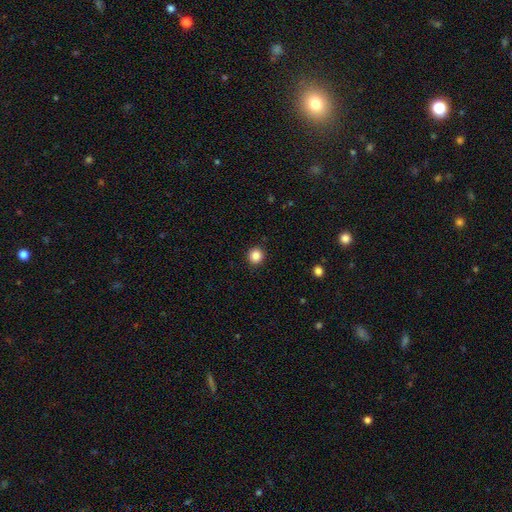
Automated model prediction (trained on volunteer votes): Smooth or featured? smooth (86%)
How rounded? round (93%)
Merging? none (93%)